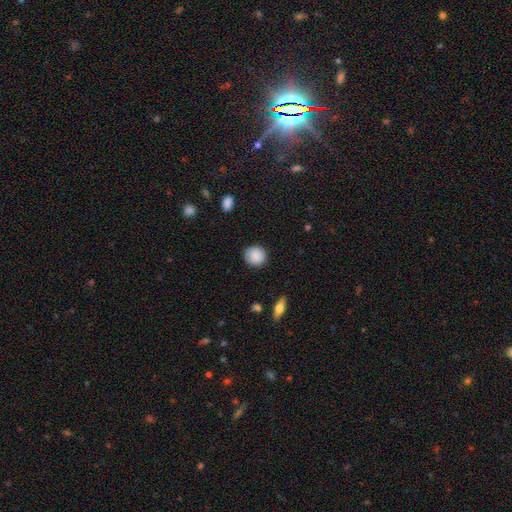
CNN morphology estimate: Smooth or featured? Predicted: smooth (p=0.88). How rounded? Predicted: round (p=0.89). Merging? Predicted: none (p=0.88).